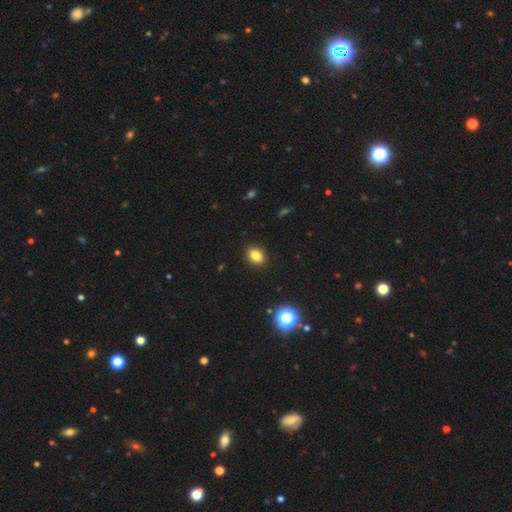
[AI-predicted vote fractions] Morphology: type=smooth (83%); roundness=in between (55%); merging=none (91%).